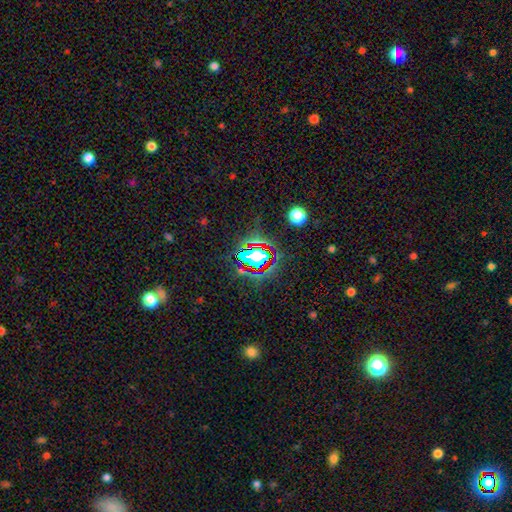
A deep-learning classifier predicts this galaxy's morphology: smooth_or_featured: star or artifact (p=0.65) [alt: smooth p=0.22]